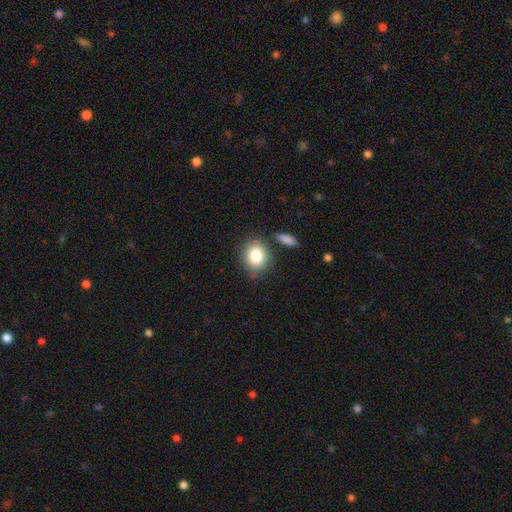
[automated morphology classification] Smooth or featured: smooth — 83% (featured or disk — 8%)
How rounded: round — 58% (in between — 40%)
Merging: none — 74% (minor disturbance — 13%)